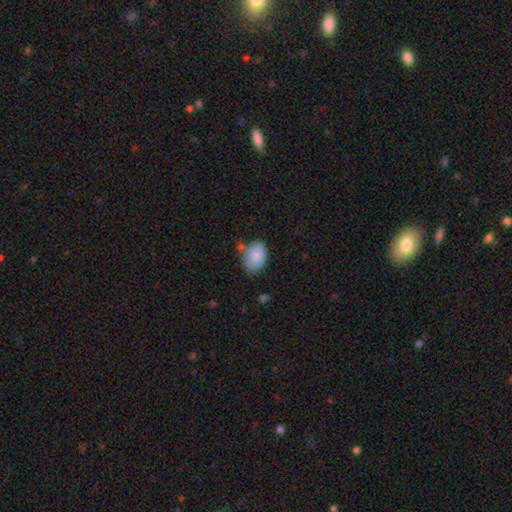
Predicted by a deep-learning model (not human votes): smooth-or-featured: smooth: 85% | featured or disk: 8% | star or artifact: 6%
  how-rounded: in between: 84% | round: 15% | cigar-shaped: 1%
  merging: none: 71% | minor disturbance: 19% | merger: 7% | major disturbance: 4%